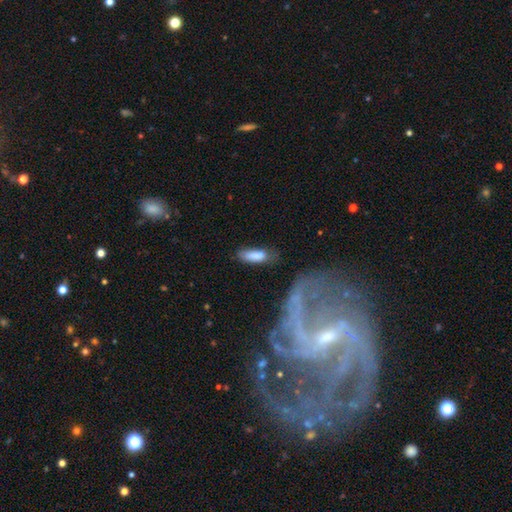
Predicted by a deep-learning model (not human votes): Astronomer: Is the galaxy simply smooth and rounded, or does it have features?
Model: smooth — 83%.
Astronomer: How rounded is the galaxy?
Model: in between — 59% (runner-up: cigar-shaped, 39%).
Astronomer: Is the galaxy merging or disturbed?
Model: none — 59%.